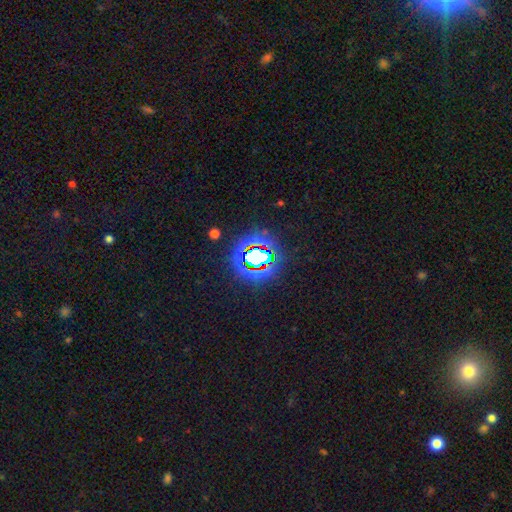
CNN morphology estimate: A star or artifact, not a galaxy (69%).

Vote fractions:
- Smooth or featured? star or artifact: 69% / smooth: 19% / featured or disk: 12%